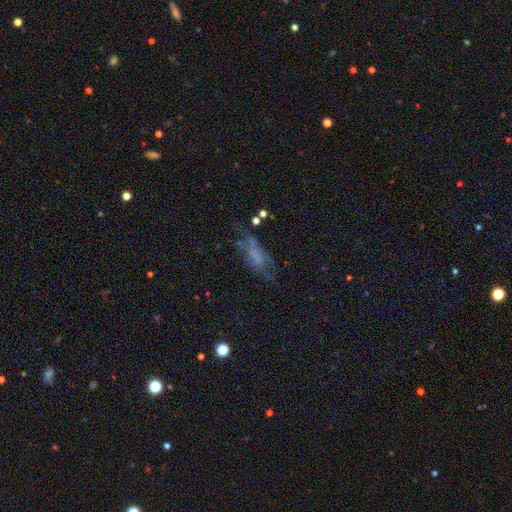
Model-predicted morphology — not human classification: Smooth or featured? smooth (42%)
Merging? none (44%)